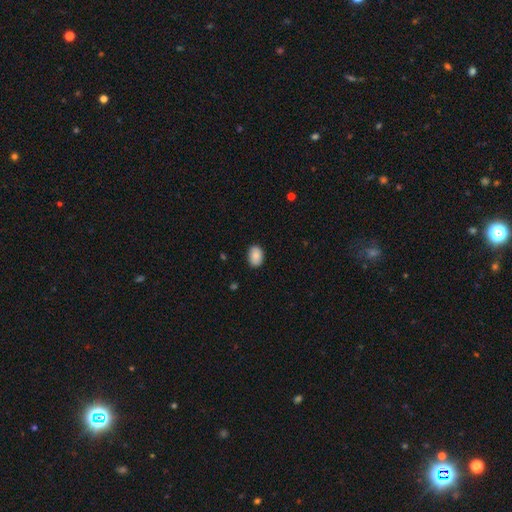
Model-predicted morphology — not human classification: Smooth or featured? smooth (86%)
How rounded? in between (80%)
Merging? none (85%)